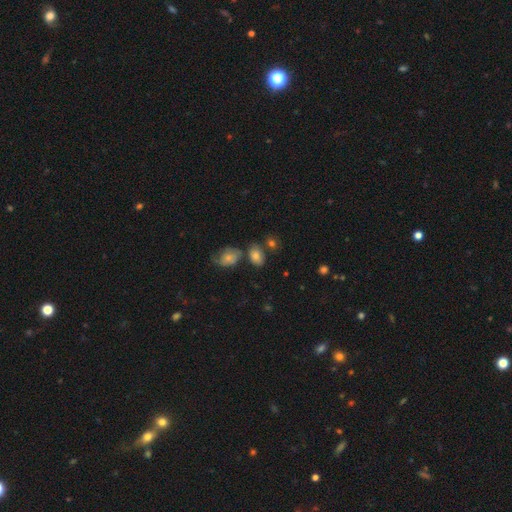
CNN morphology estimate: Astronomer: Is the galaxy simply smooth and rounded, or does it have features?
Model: smooth — 76%.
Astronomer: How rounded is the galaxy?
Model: in between — 76%.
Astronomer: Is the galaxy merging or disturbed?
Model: none — 58%.